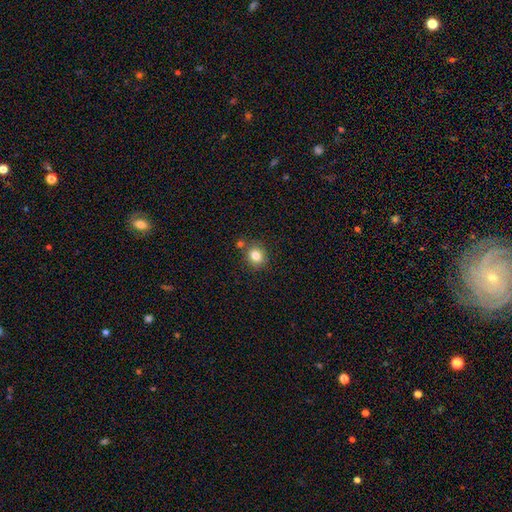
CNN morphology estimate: Smooth or featured? Predicted: smooth (p=0.82). How rounded? Predicted: round (p=0.78). Merging? Predicted: none (p=0.75).